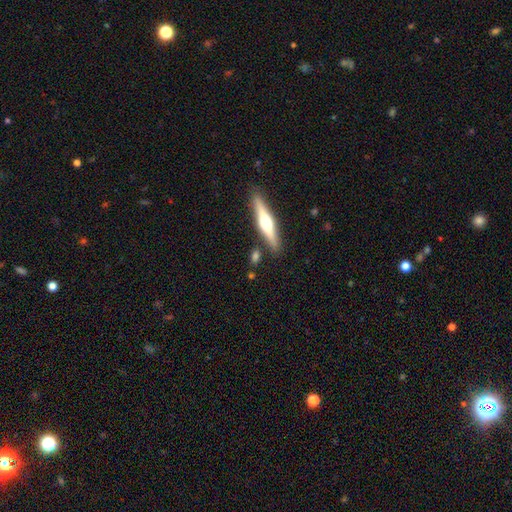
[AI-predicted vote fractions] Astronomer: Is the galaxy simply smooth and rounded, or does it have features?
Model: featured or disk — 63%.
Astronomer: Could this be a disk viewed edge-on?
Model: yes — 96%.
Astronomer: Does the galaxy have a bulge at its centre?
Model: rounded — 92%.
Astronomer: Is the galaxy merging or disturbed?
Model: none — 85%.